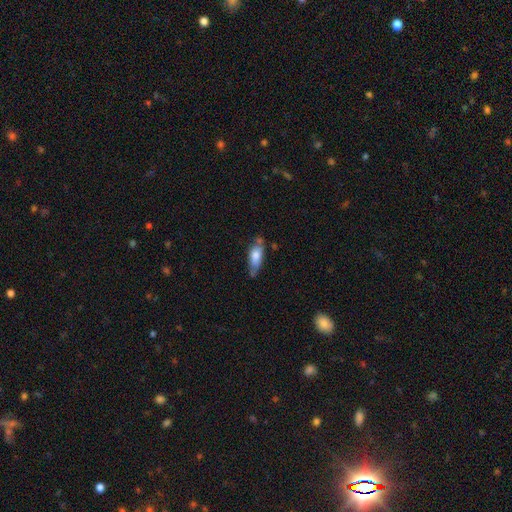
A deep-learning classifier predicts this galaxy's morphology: This appears to be a smooth galaxy with no disk features (69%) that is in between round and cigar-shaped (68%). Merging: none (49%).